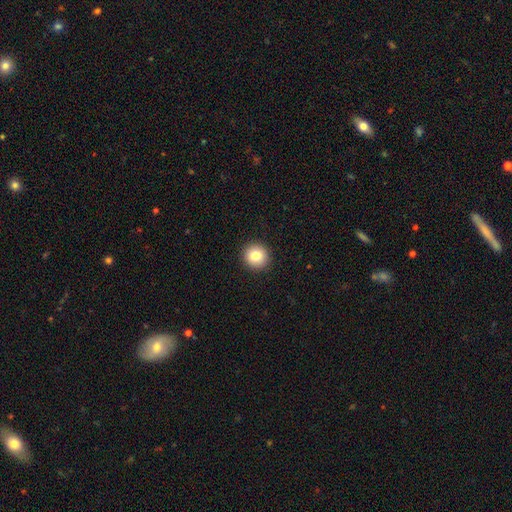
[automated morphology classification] A smooth galaxy with no disk features (83%) that is round (93%).

Vote fractions:
- Smooth or featured? smooth: 83% / star or artifact: 10% / featured or disk: 7%
- How rounded? round: 93% / in between: 6% / cigar-shaped: 1%
- Merging? none: 93% / minor disturbance: 5% / major disturbance: 2% / merger: 1%